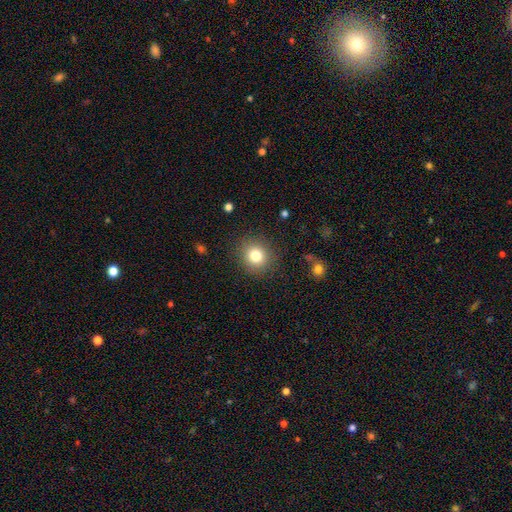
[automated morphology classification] smooth_or_featured: smooth (p=0.80) [alt: star or artifact p=0.11]
how_rounded: round (p=0.85) [alt: in between p=0.14]
merging: none (p=0.88) [alt: minor disturbance p=0.08]